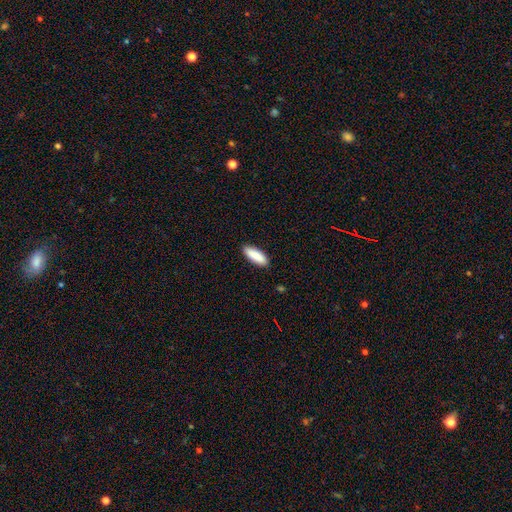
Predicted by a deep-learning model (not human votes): Smooth or featured?
  - smooth: 90% *
  - star or artifact: 6%
  - featured or disk: 5%
How rounded?
  - in between: 62% *
  - cigar-shaped: 36%
  - round: 2%
Merging?
  - none: 89% *
  - minor disturbance: 8%
  - major disturbance: 2%
  - merger: 1%